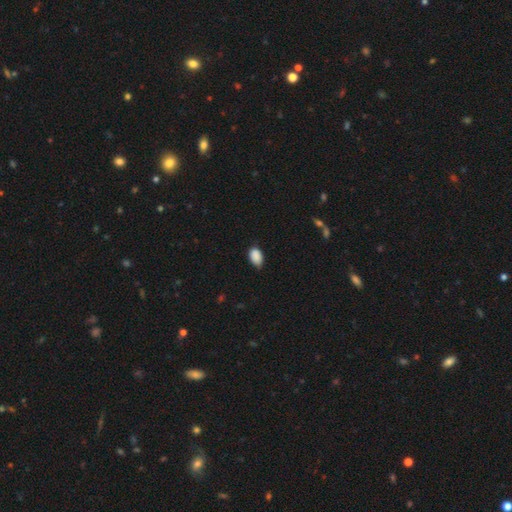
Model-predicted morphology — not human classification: This appears to be a smooth galaxy with no disk features (89%) that is in between round and cigar-shaped (89%). Merging: none (71%).